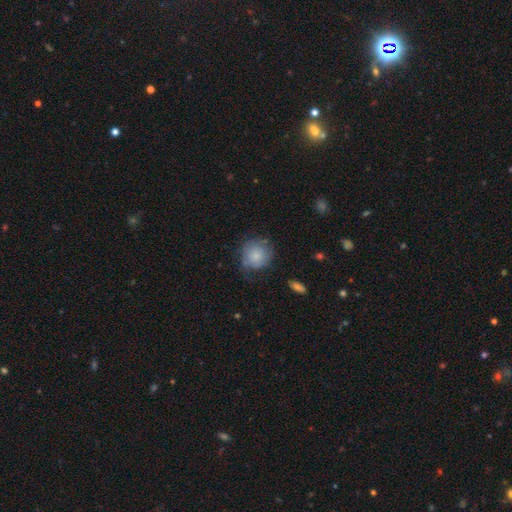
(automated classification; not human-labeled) A smooth galaxy with no disk features (77%) that is round (88%). Merging: none (57%).